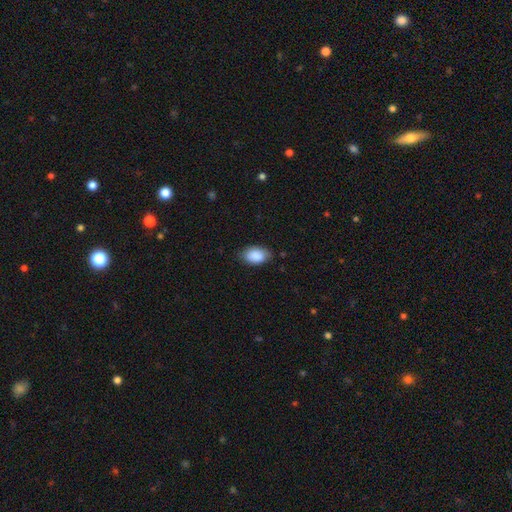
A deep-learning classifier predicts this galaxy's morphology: This is clearly a smooth galaxy (89%). How rounded: clearly in between (90%). Merging: likely none (79%).